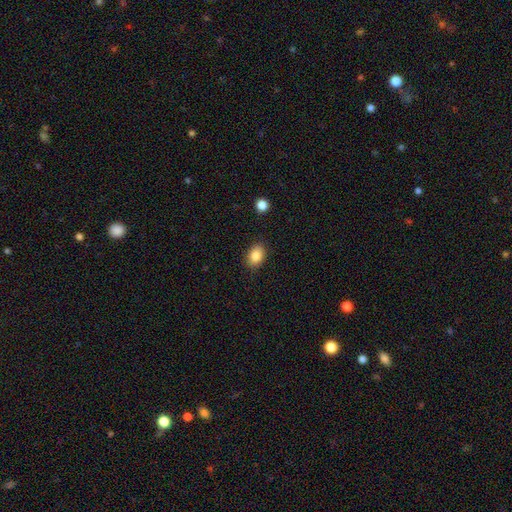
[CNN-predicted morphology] This is clearly a smooth galaxy (86%). How rounded: likely in between (77%). Merging: clearly none (86%).